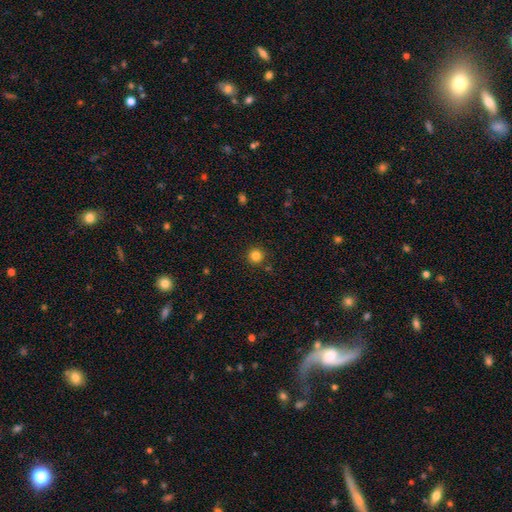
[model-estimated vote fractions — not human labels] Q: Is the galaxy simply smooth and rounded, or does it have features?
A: smooth — 83%.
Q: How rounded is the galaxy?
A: round — 95%.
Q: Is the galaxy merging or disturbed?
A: none — 90%.